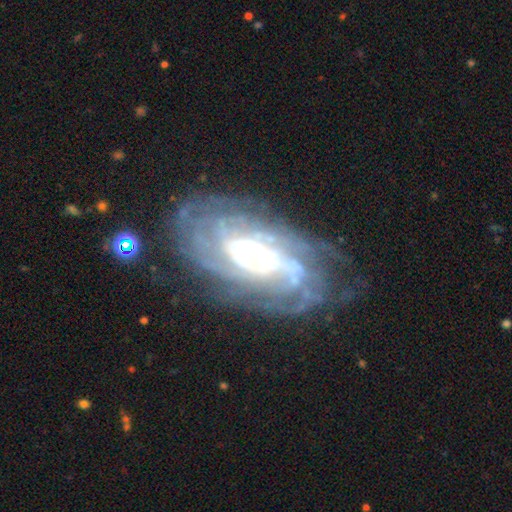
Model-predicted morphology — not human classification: Overall: featured or disk (87%). Edge-on disk: no (94%). Bar: no (66%). Spiral arms: yes (96%). Spiral arm count: can't tell (34%; more than 4 19%). Spiral winding: tight (74%). Bulge size: small (61%; moderate 27%). Merging: none (72%).